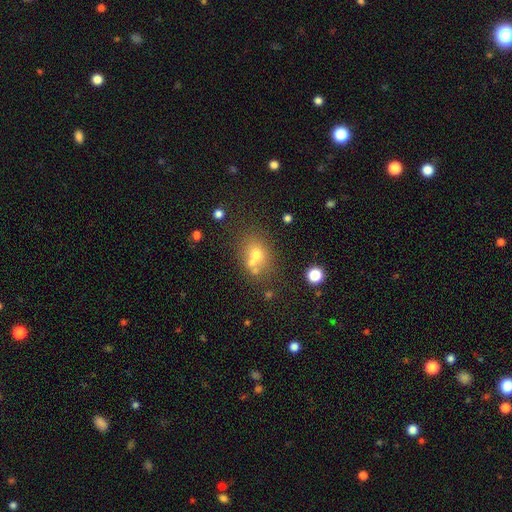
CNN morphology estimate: smooth_or_featured: smooth (p=0.63) [alt: featured or disk p=0.19]
how_rounded: round (p=0.57) [alt: in between p=0.42]
merging: none (p=0.50) [alt: merger p=0.32]